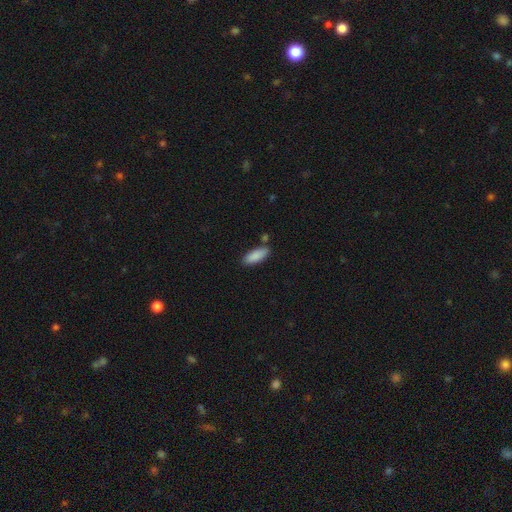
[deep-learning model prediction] Q: Smooth or featured?
A: smooth (88%); runner-up: star or artifact (6%)
Q: How rounded?
A: in between (71%); runner-up: cigar-shaped (27%)
Q: Merging?
A: none (78%); runner-up: minor disturbance (13%)